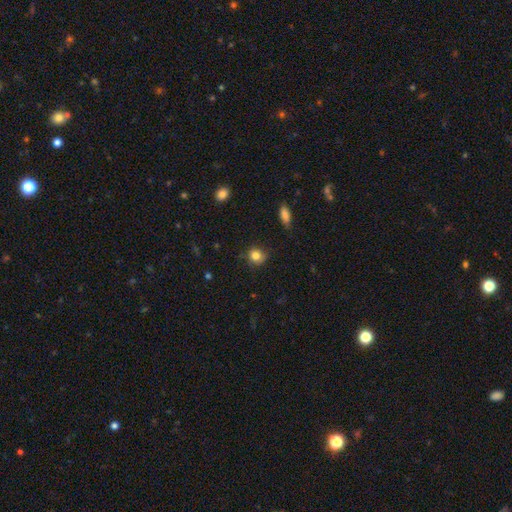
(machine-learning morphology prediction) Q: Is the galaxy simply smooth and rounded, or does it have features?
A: smooth — 82%.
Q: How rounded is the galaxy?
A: round — 86%.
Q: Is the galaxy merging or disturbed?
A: none — 75%.